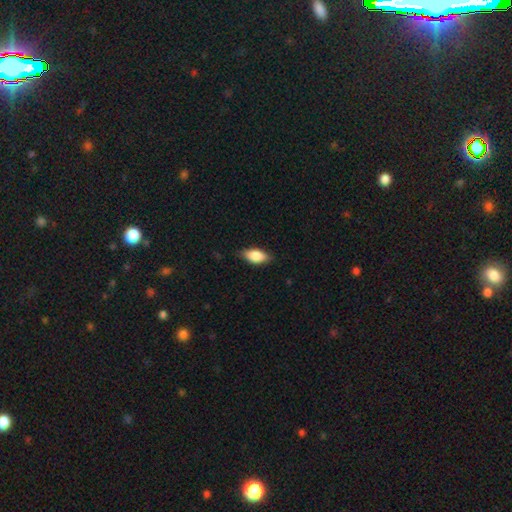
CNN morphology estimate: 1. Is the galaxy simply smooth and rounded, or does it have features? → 79% smooth, 14% featured or disk, 7% star or artifact.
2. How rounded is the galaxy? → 87% in between, 9% cigar-shaped, 4% round.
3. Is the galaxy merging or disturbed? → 80% none, 16% minor disturbance, 3% major disturbance, 1% merger.